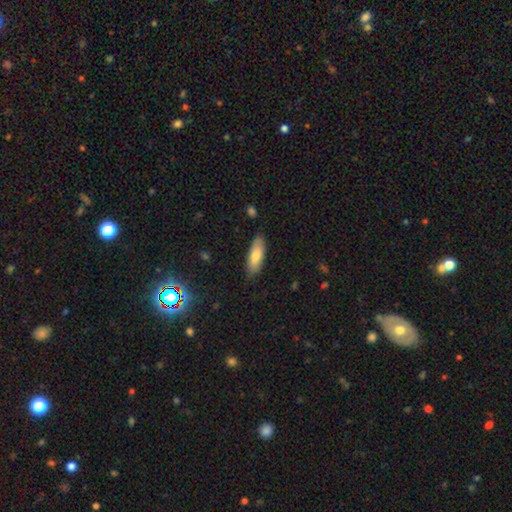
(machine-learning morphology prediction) This is likely a smooth galaxy (76%). How rounded: likely in between (63%). Merging: clearly none (84%).